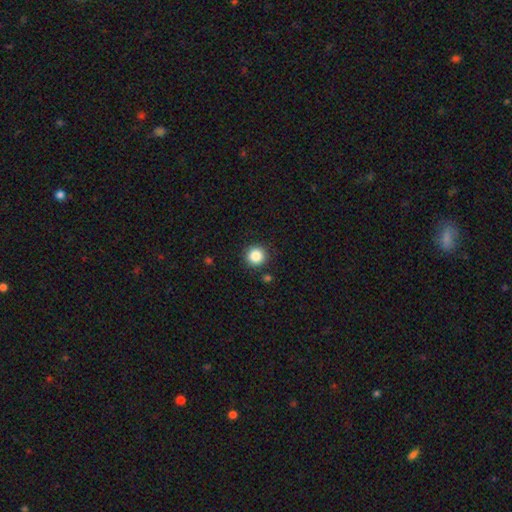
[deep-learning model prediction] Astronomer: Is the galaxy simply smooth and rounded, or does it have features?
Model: smooth — 86%.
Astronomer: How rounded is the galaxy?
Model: round — 95%.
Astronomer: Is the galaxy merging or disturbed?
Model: none — 90%.